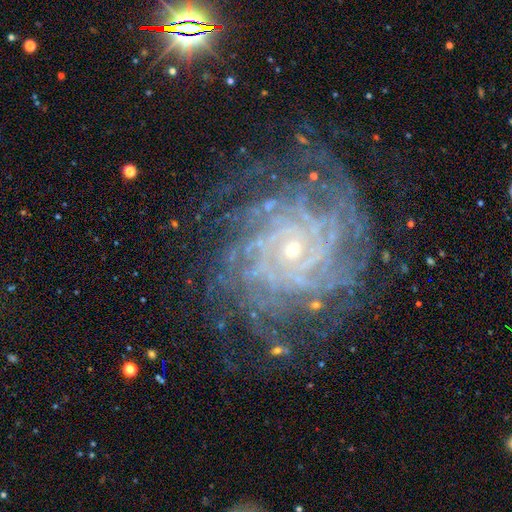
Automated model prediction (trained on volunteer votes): smooth_or_featured: featured or disk (p=0.86) [alt: star or artifact p=0.09]
disk_edge_on: no (p=0.97) [alt: yes p=0.03]
bar: no (p=0.72) [alt: weak p=0.21]
has_spiral_arms: yes (p=0.97) [alt: no p=0.03]
spiral_winding: tight (p=0.75) [alt: medium p=0.20]
spiral_arm_count: more than 4 (p=0.36) [alt: can't tell p=0.24]
bulge_size: small (p=0.83) [alt: moderate p=0.12]
merging: none (p=0.75) [alt: minor disturbance p=0.15]